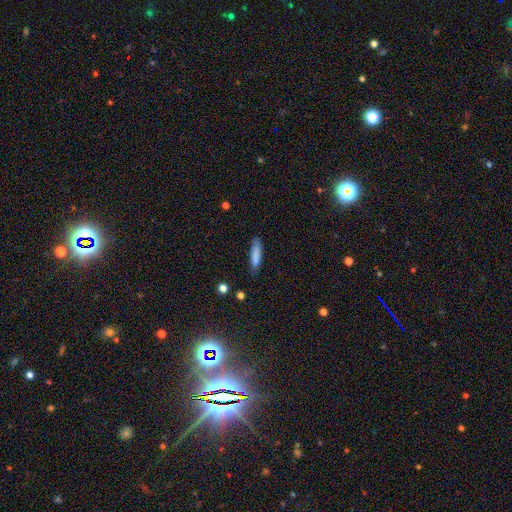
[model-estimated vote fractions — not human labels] Smooth or featured: smooth — 83% (featured or disk — 10%)
How rounded: cigar-shaped — 80% (in between — 19%)
Merging: none — 80% (minor disturbance — 15%)